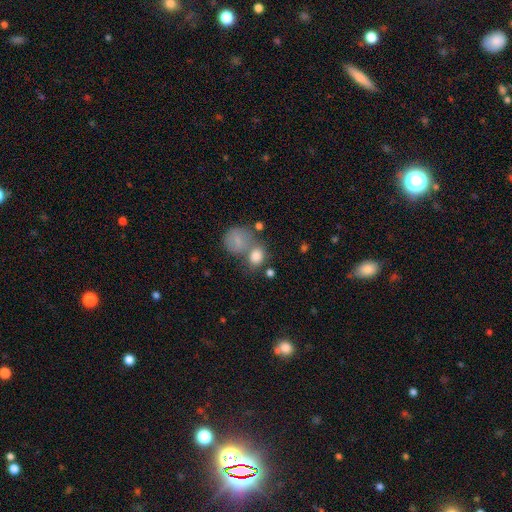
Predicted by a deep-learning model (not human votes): smooth-or-featured: smooth: 81% | star or artifact: 10% | featured or disk: 9%
  how-rounded: round: 57% | in between: 42% | cigar-shaped: 1%
  merging: none: 43% | merger: 38% | minor disturbance: 12% | major disturbance: 6%